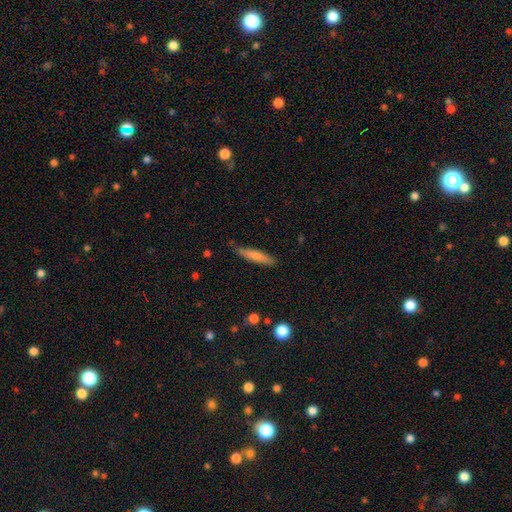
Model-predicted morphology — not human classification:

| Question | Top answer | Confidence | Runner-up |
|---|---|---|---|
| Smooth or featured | smooth | 73% | featured or disk (20%) |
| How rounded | cigar-shaped | 89% | in between (9%) |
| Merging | none | 80% | minor disturbance (15%) |